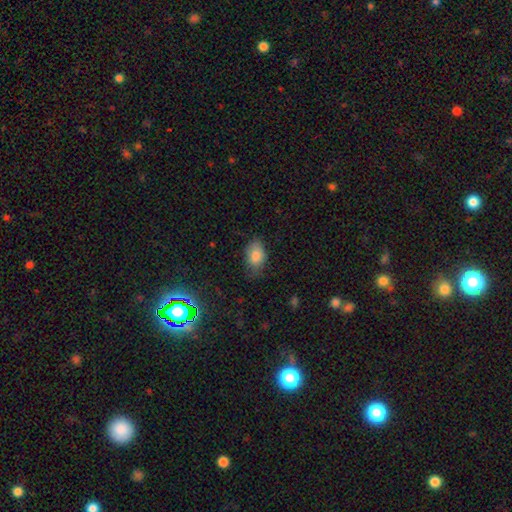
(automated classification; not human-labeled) smooth-or-featured: smooth: 82% | star or artifact: 10% | featured or disk: 8%
  how-rounded: in between: 88% | round: 11% | cigar-shaped: 1%
  merging: none: 65% | minor disturbance: 28% | major disturbance: 6% | merger: 1%